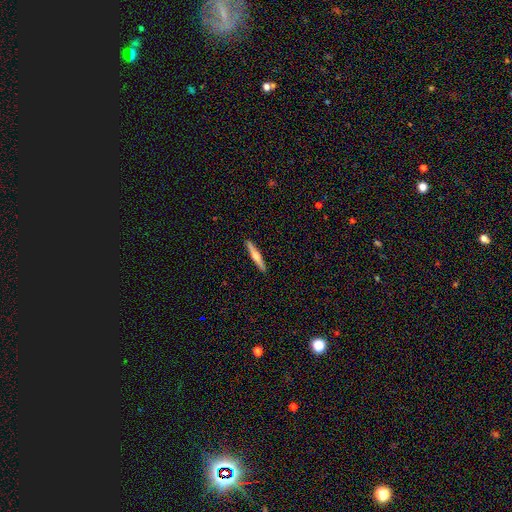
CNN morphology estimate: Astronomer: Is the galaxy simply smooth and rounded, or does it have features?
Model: featured or disk — 53% (runner-up: smooth, 41%).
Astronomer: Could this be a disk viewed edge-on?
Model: yes — 97%.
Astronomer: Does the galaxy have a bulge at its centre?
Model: rounded — 85%.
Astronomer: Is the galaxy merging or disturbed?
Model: none — 92%.